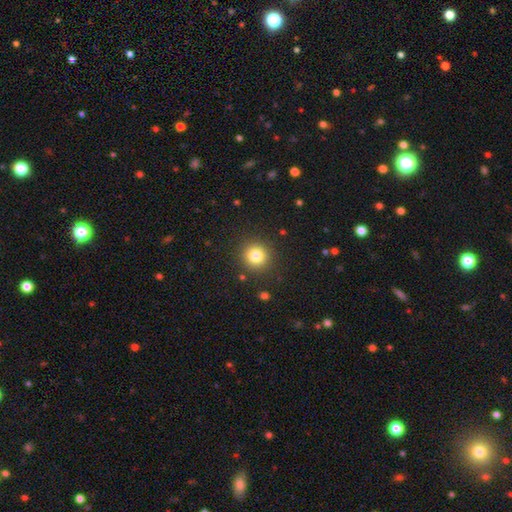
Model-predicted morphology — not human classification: Smooth or featured? smooth (81%)
How rounded? round (93%)
Merging? none (90%)